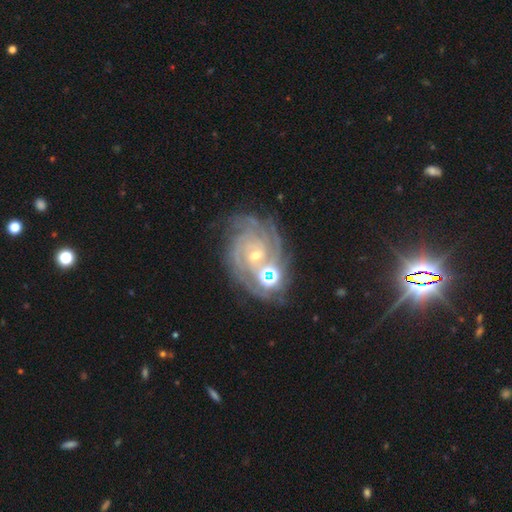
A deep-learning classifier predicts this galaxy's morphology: Smooth or featured? Predicted: featured or disk (p=0.84). Edge-on disk? Predicted: no (p=0.97). Bar? Predicted: no (p=0.65). Spiral arms? Predicted: yes (p=0.97). Spiral winding? Predicted: tight (p=0.75). Spiral arm count? Predicted: 4 (p=0.24). Bulge size? Predicted: small (p=0.71). Merging? Predicted: none (p=0.61).